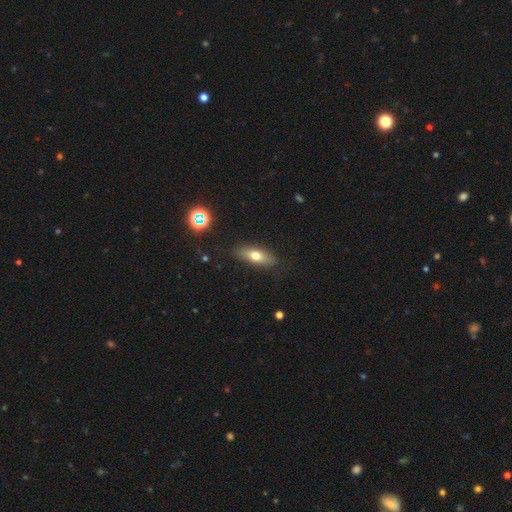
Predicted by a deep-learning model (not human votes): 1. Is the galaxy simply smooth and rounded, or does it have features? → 65% smooth, 26% featured or disk, 9% star or artifact.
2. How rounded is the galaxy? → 62% in between, 33% cigar-shaped, 5% round.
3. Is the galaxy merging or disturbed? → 85% none, 11% minor disturbance, 3% major disturbance, 1% merger.